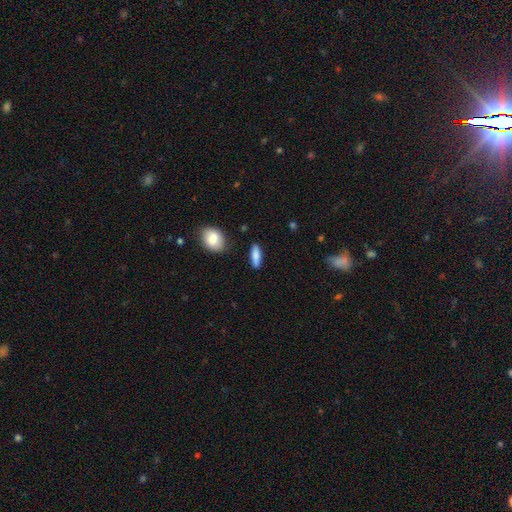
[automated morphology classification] smooth_or_featured: smooth (p=0.83) [alt: featured or disk p=0.11]
how_rounded: in between (p=0.49) [alt: cigar-shaped p=0.48]
merging: none (p=0.86) [alt: minor disturbance p=0.10]